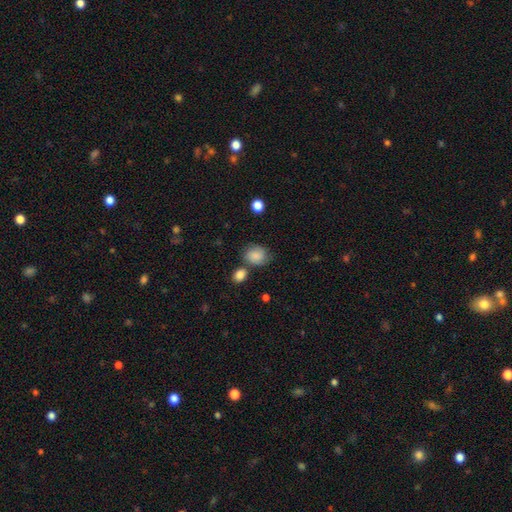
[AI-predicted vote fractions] smooth_or_featured: smooth (p=0.83) [alt: featured or disk p=0.09]
how_rounded: round (p=0.57) [alt: in between p=0.42]
merging: none (p=0.64) [alt: minor disturbance p=0.19]